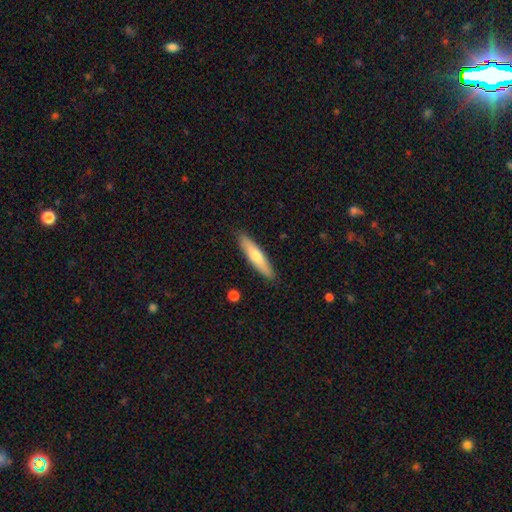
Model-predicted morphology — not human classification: Q: Smooth or featured?
A: smooth (66%); runner-up: featured or disk (29%)
Q: How rounded?
A: cigar-shaped (82%); runner-up: in between (16%)
Q: Merging?
A: none (89%); runner-up: minor disturbance (8%)